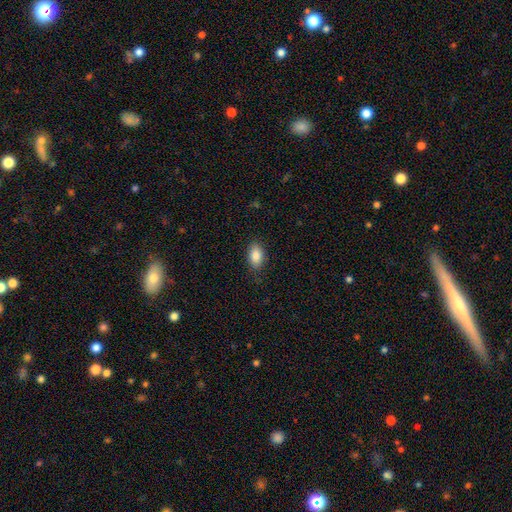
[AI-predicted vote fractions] The model was most divided on "merging": none: 83%, minor disturbance: 13%, major disturbance: 3%, merger: 1%. More confident: how rounded — in between (91%); smooth or featured — smooth (86%).